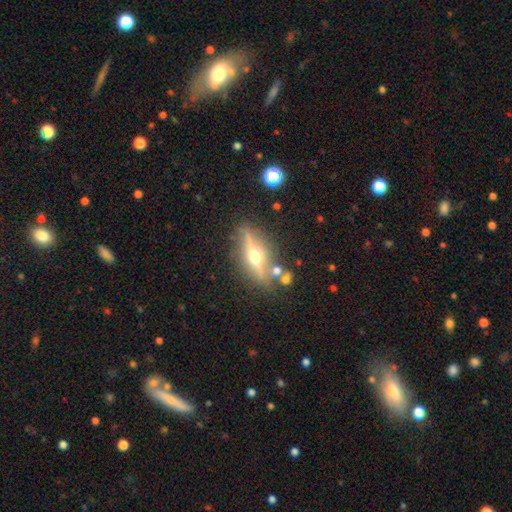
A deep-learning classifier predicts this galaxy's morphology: smooth_or_featured: featured or disk (p=0.74) [alt: smooth p=0.18]
disk_edge_on: yes (p=0.92) [alt: no p=0.08]
edge_on_bulge: rounded (p=0.96) [alt: boxy p=0.02]
merging: none (p=0.80) [alt: minor disturbance p=0.11]